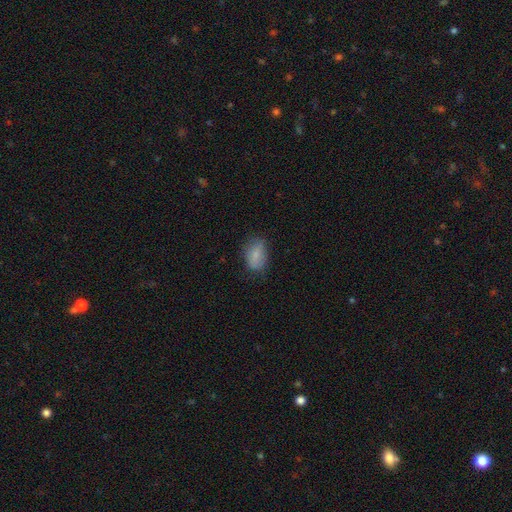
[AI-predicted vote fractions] A smooth galaxy with no disk features (79%) that is in between round and cigar-shaped (86%).

Vote fractions:
- Smooth or featured? smooth: 79% / featured or disk: 13% / star or artifact: 9%
- How rounded? in between: 86% / round: 11% / cigar-shaped: 2%
- Merging? none: 63% / minor disturbance: 28% / major disturbance: 8% / merger: 1%